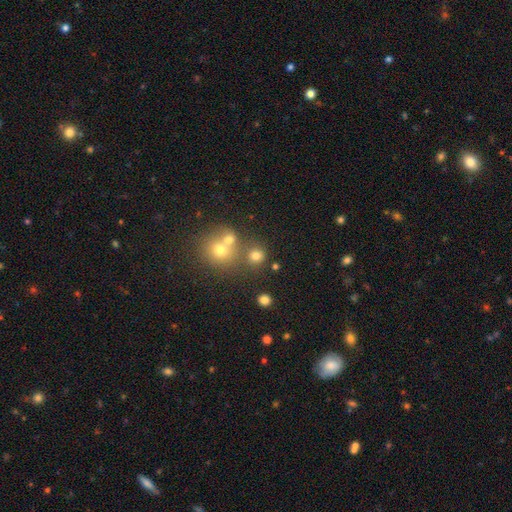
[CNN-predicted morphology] smooth 74%, star or artifact 18%, featured or disk 9%. Down the decision tree: how rounded — round (87%); merging — none (67%).